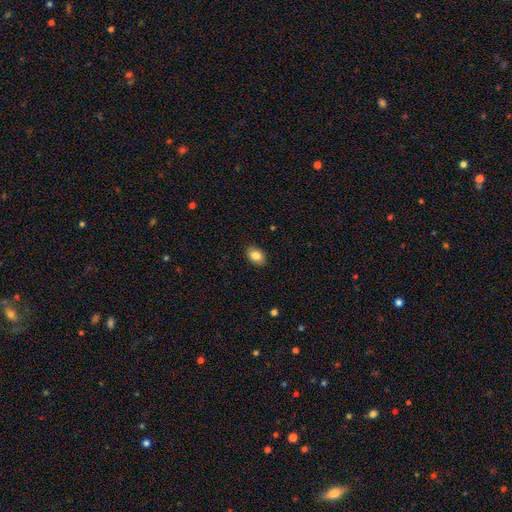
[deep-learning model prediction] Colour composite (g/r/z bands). It shows a smooth galaxy with no disk features (85%) that is in between round and cigar-shaped (80%). Merging: none (88%).